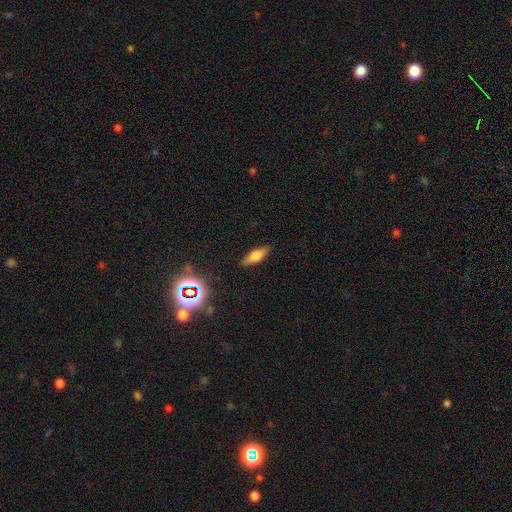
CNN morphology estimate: type=smooth (65%); roundness=in between (60%); merging=none (85%).